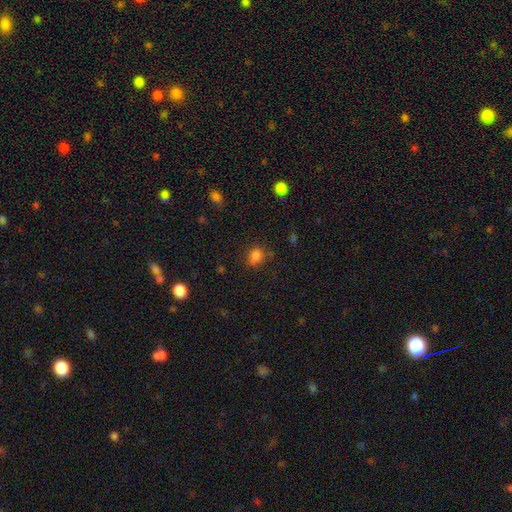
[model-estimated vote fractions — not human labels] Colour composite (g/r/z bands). It shows a smooth galaxy with no disk features (78%) that is round (57%). Merging: none (71%).